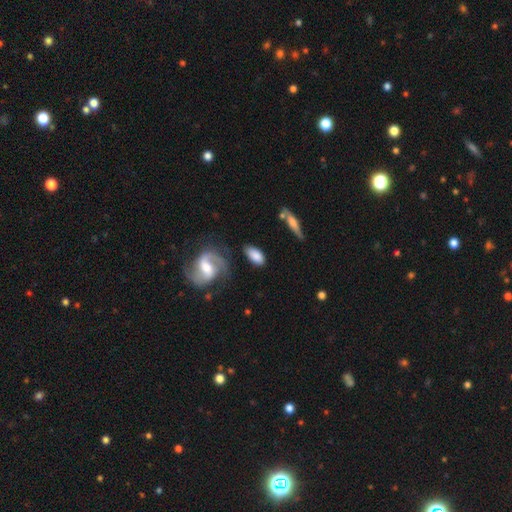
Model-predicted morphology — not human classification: type=smooth (70%); roundness=in between (89%); merging=none (75%).